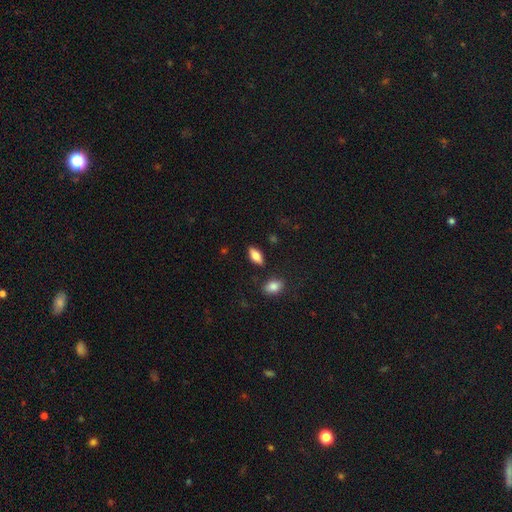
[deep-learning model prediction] smooth_or_featured: smooth (p=0.75) [alt: featured or disk p=0.18]
how_rounded: in between (p=0.83) [alt: cigar-shaped p=0.14]
merging: none (p=0.84) [alt: minor disturbance p=0.10]